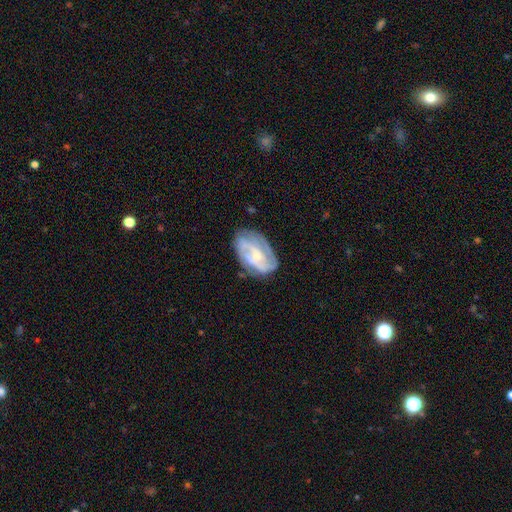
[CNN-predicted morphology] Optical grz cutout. It shows a featured or disk galaxy (72%) with no bar (47%), 2 (41%) tight (44%) spiral arms (83%) and a small central bulge (55%). Merging: none (64%).